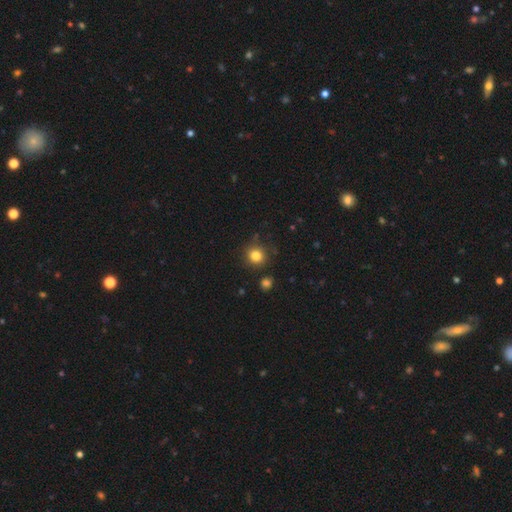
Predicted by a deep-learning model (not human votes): Overall: smooth (82%). How rounded: round (90%). Merging: none (84%).